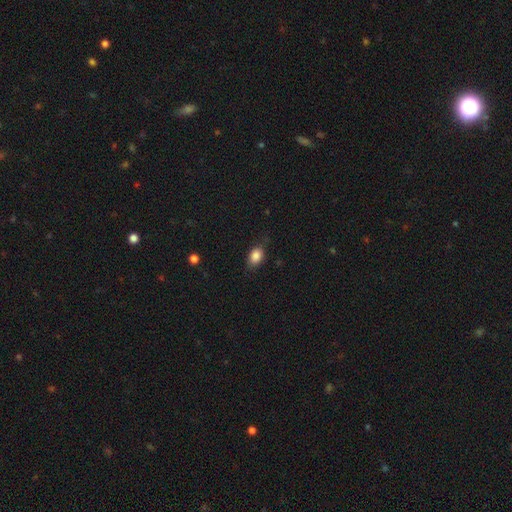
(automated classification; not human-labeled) This appears to be a smooth galaxy with no disk features (85%) that is in between round and cigar-shaped (80%). Merging: none (75%).